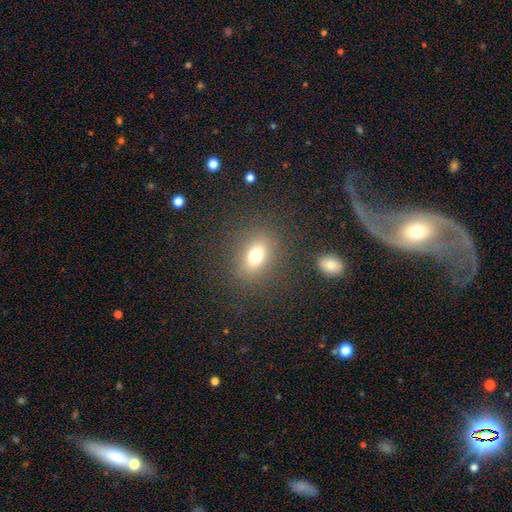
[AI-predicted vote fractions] A smooth galaxy with no disk features (73%) that is in between round and cigar-shaped (65%).

Vote fractions:
- Smooth or featured? smooth: 73% / star or artifact: 14% / featured or disk: 12%
- How rounded? in between: 65% / round: 32% / cigar-shaped: 3%
- Merging? none: 85% / minor disturbance: 9% / major disturbance: 5% / merger: 2%